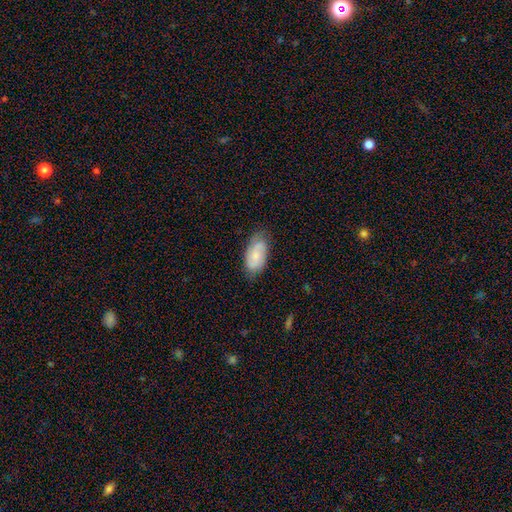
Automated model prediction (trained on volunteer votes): Smooth or featured: smooth — 48% (featured or disk — 45%)
Merging: none — 72% (minor disturbance — 21%)